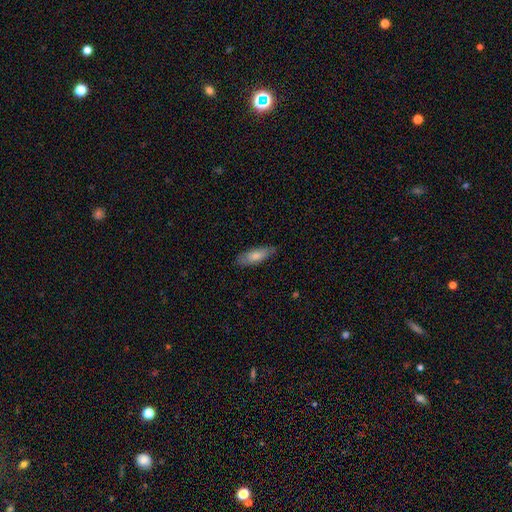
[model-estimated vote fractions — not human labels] Overall: smooth (77%). How rounded: in between (57%; cigar-shaped 41%). Merging: none (82%).